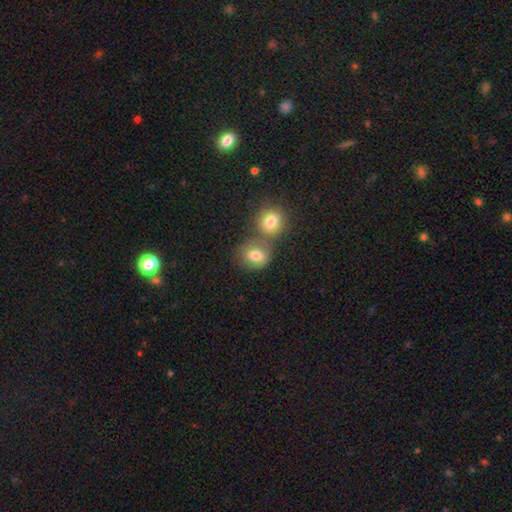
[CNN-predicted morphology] Overall: smooth (78%). How rounded: round (69%; in between 30%). Merging: none (44%; merger 43%).